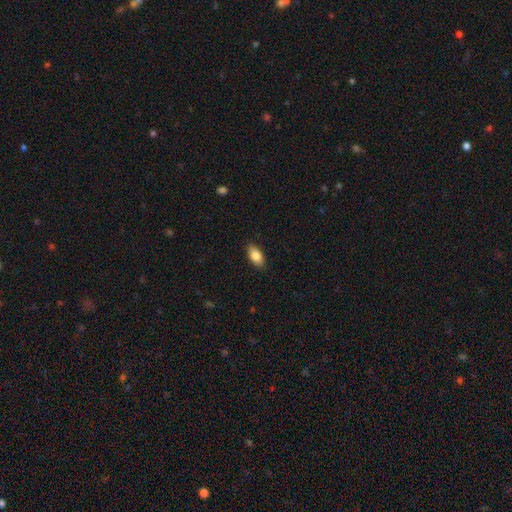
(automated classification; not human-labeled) A smooth galaxy with no disk features (84%) that is in between round and cigar-shaped (91%). Merging: none (88%).